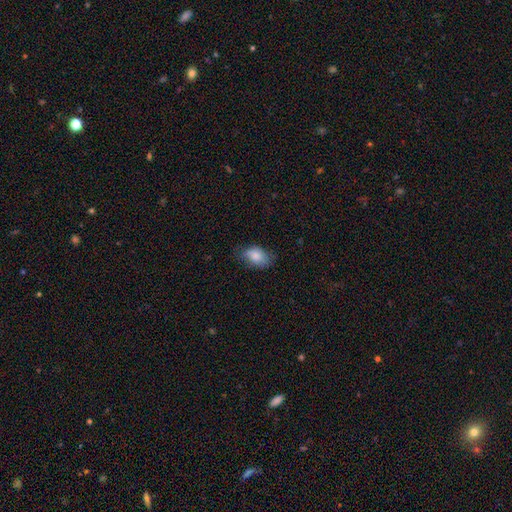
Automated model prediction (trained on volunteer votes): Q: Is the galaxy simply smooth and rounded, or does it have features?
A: smooth — 83%.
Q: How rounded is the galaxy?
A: in between — 88%.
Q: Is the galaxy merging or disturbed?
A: none — 66%.